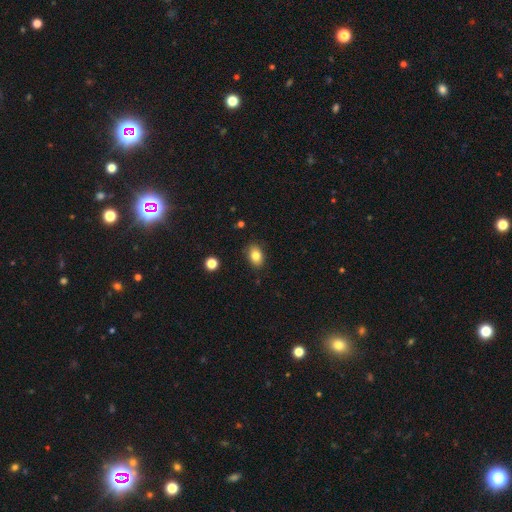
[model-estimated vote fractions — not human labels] Smooth or featured? smooth (82%)
How rounded? in between (80%)
Merging? none (86%)